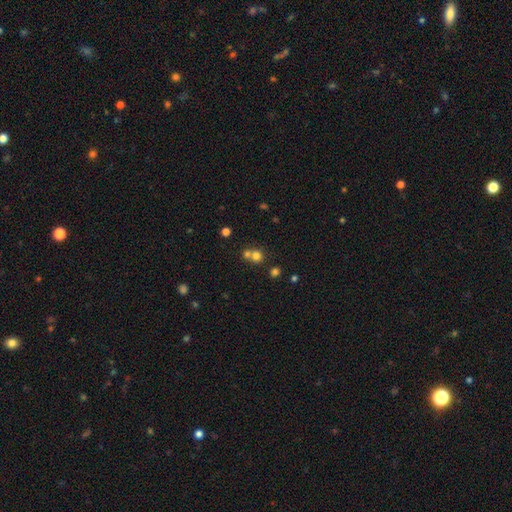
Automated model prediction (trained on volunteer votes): Smooth or featured? Predicted: smooth (p=0.72). How rounded? Predicted: round (p=0.87). Merging? Predicted: none (p=0.46).